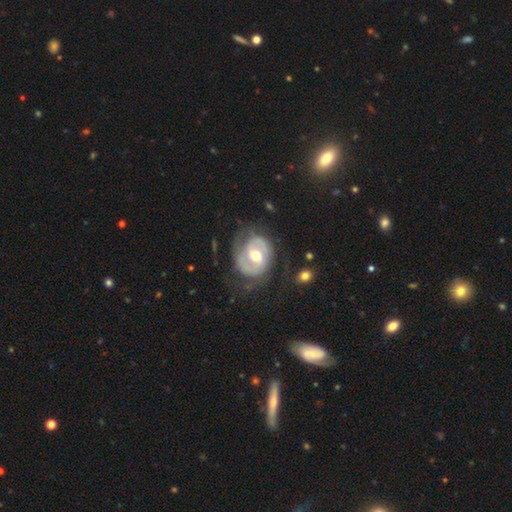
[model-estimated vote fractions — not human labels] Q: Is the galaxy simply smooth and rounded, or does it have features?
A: featured or disk — 78%.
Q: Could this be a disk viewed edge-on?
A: no — 97%.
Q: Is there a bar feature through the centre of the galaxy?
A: weak — 46%.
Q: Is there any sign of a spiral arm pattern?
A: yes — 83%.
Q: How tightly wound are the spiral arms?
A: tight — 46%.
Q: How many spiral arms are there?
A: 2 — 68%.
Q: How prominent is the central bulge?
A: moderate — 71%.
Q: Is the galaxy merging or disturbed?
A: none — 62%.